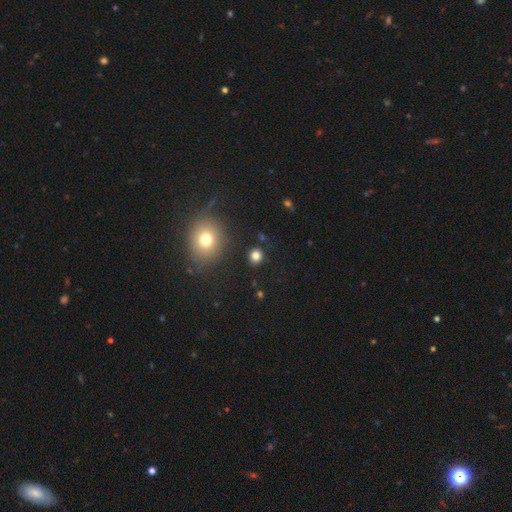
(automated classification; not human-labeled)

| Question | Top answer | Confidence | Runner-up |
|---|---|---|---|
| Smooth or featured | smooth | 80% | star or artifact (15%) |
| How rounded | round | 84% | in between (15%) |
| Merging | none | 89% | minor disturbance (6%) |